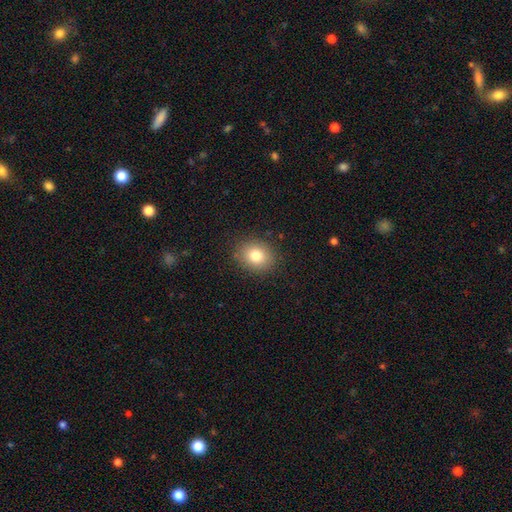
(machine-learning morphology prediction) type=smooth (80%); roundness=round (62%); merging=none (88%).